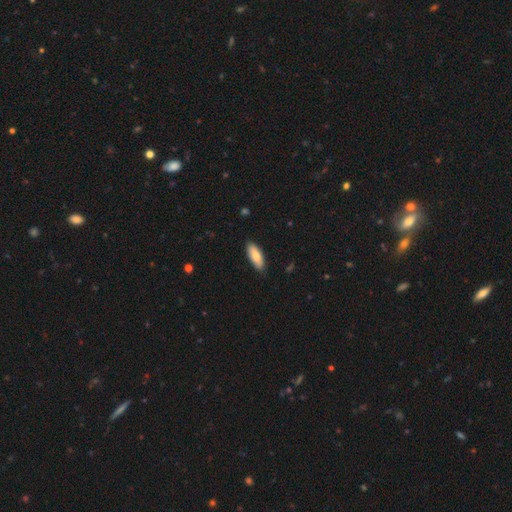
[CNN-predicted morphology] Smooth or featured: smooth — 78% (featured or disk — 16%)
How rounded: in between — 73% (cigar-shaped — 25%)
Merging: none — 85% (minor disturbance — 12%)